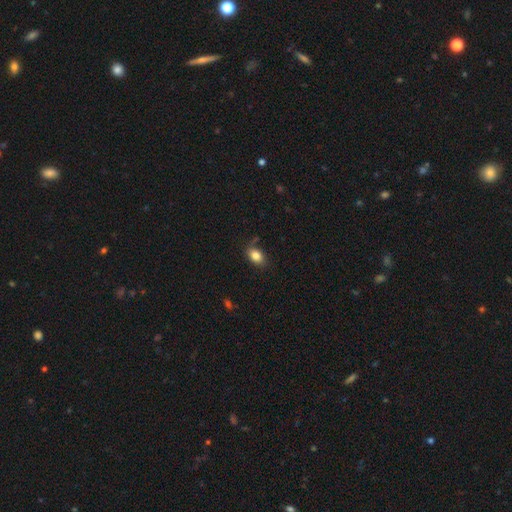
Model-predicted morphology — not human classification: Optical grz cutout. It shows a smooth galaxy with no disk features (83%) that is in between round and cigar-shaped (83%). Merging: none (77%).